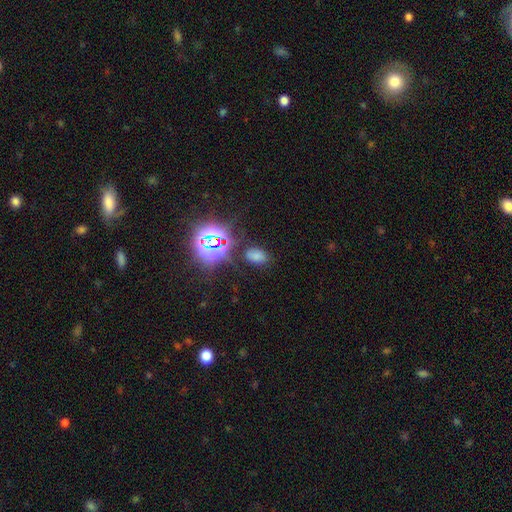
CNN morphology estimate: Smooth or featured?
  - smooth: 57% *
  - star or artifact: 34%
  - featured or disk: 9%
How rounded?
  - in between: 86% *
  - round: 12%
  - cigar-shaped: 1%
Merging?
  - none: 77% *
  - minor disturbance: 14%
  - major disturbance: 6%
  - merger: 4%